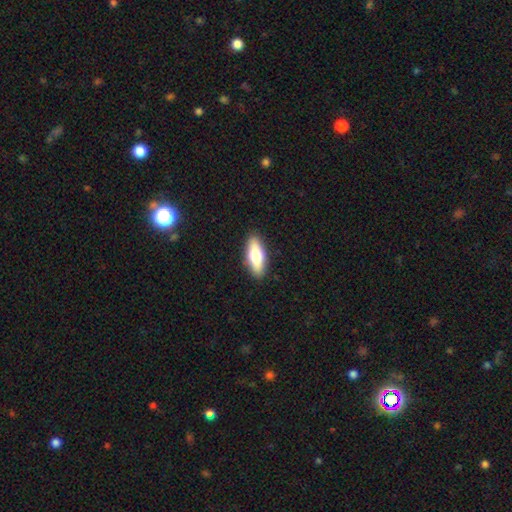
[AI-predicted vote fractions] smooth 63%, featured or disk 30%, star or artifact 6%. Down the decision tree: how rounded — in between (65%); merging — none (89%).